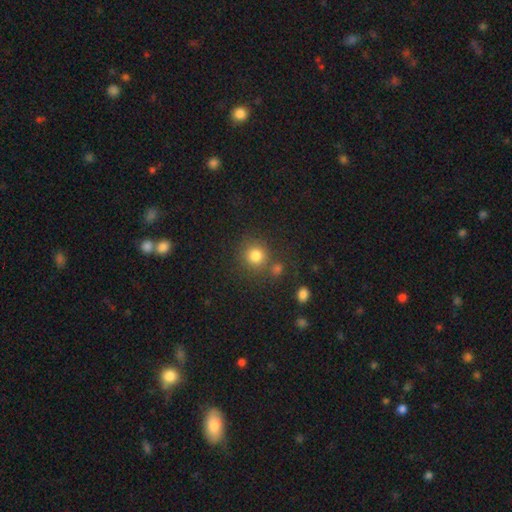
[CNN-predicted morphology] A smooth galaxy with no disk features (81%) that is round (90%). Merging: none (75%).